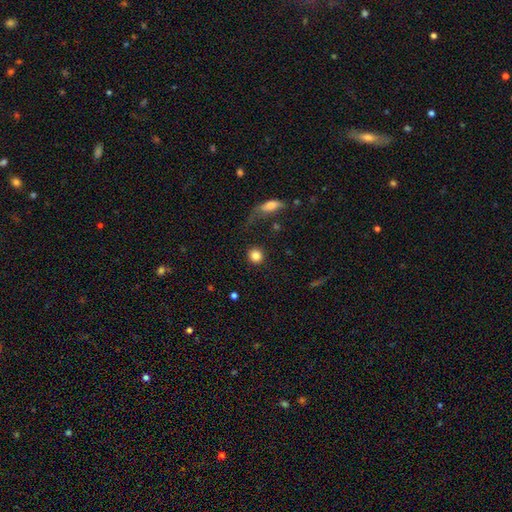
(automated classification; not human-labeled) smooth 85%, star or artifact 9%, featured or disk 6%. Down the decision tree: how rounded — round (91%); merging — none (88%).